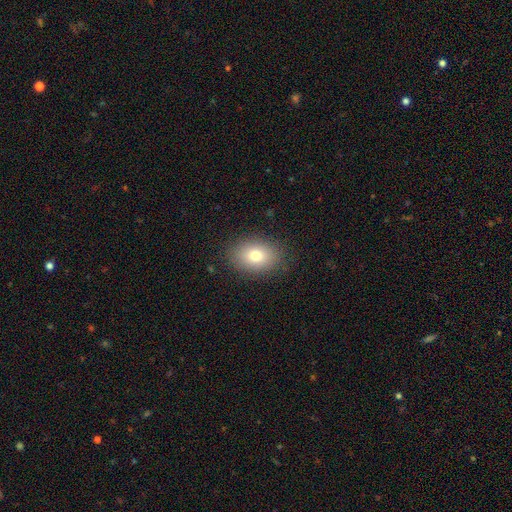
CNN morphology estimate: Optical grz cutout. It shows a smooth galaxy with no disk features (77%) that is in between round and cigar-shaped (73%). Merging: none (87%).